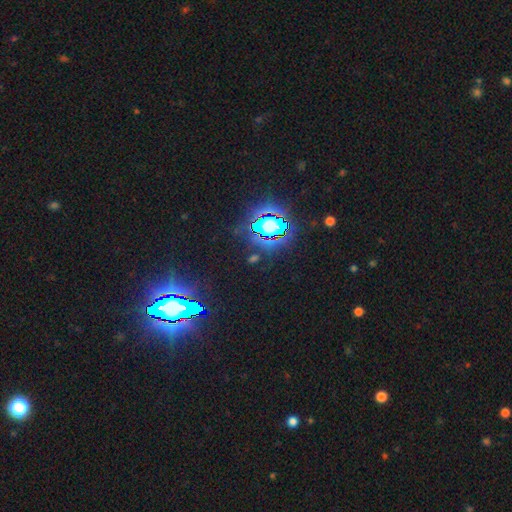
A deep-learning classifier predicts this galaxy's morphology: Overall: star or artifact (78%).